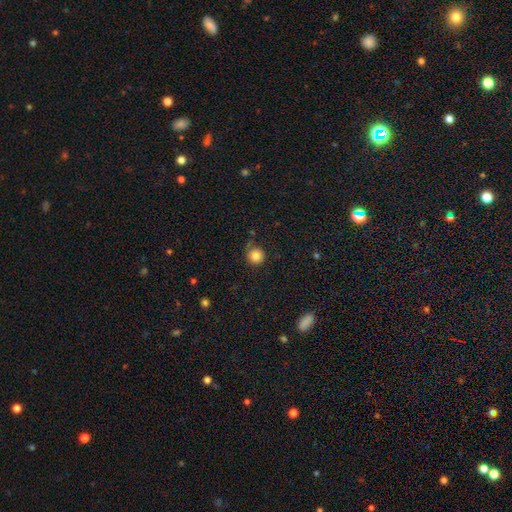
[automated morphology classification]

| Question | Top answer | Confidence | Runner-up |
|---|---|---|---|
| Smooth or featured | smooth | 83% | star or artifact (11%) |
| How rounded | round | 93% | in between (6%) |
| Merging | none | 74% | minor disturbance (16%) |